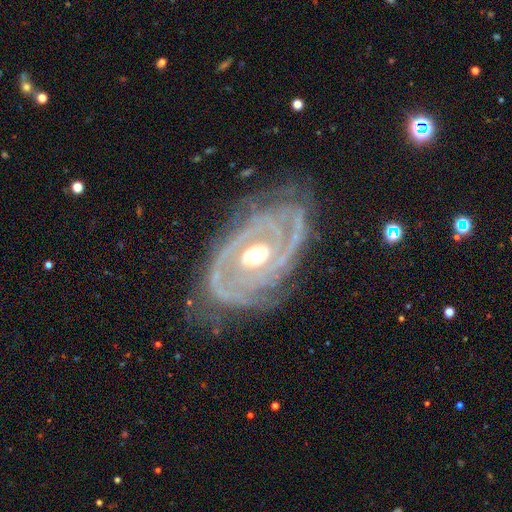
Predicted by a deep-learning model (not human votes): A featured or disk galaxy (92%) with no bar (64%), 2 (54%) tight (66%) spiral arms (97%) and a moderate central bulge (73%). Merging: none (70%).